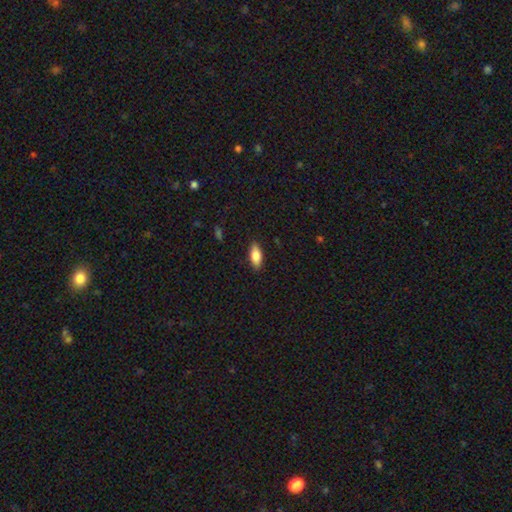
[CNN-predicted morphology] A smooth galaxy with no disk features (79%) that is in between round and cigar-shaped (81%).

Vote fractions:
- Smooth or featured? smooth: 79% / featured or disk: 14% / star or artifact: 7%
- How rounded? in between: 81% / cigar-shaped: 16% / round: 3%
- Merging? none: 88% / minor disturbance: 9% / major disturbance: 2% / merger: 1%